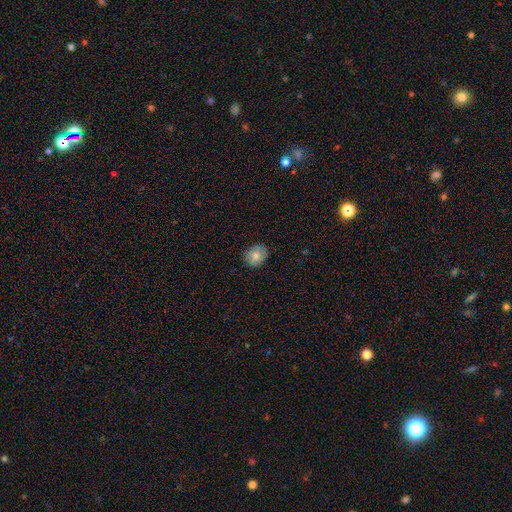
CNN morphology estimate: Smooth or featured? smooth (76%)
How rounded? round (60%)
Merging? none (81%)